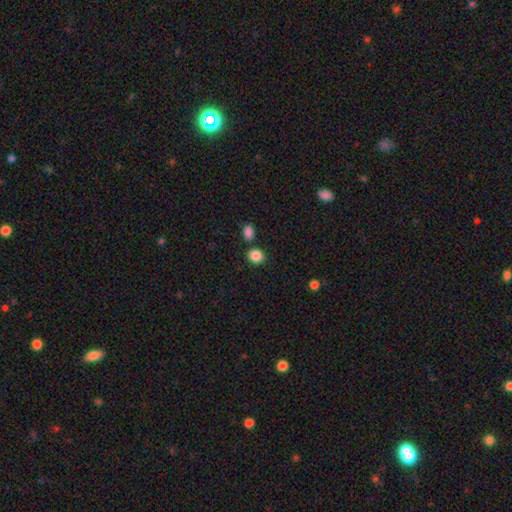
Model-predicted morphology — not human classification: Smooth or featured: smooth — 87% (star or artifact — 9%)
How rounded: round — 66% (in between — 33%)
Merging: none — 79% (merger — 9%)